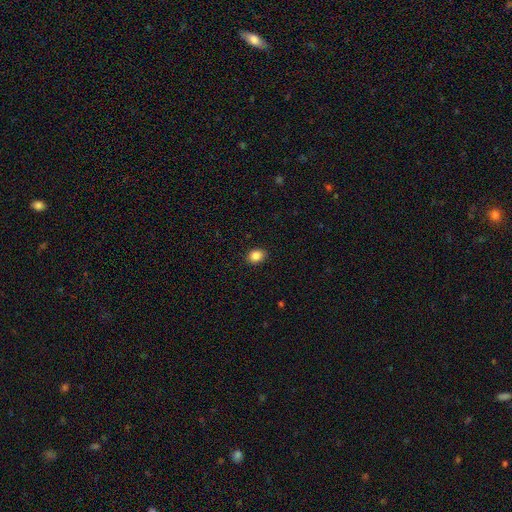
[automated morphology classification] Smooth or featured? Predicted: smooth (p=0.87). How rounded? Predicted: in between (p=0.58). Merging? Predicted: none (p=0.89).